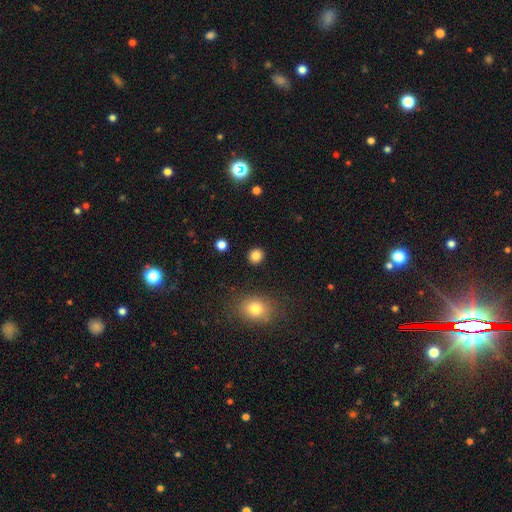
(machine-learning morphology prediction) smooth 84%, star or artifact 11%, featured or disk 4%. Down the decision tree: how rounded — round (86%); merging — none (91%).